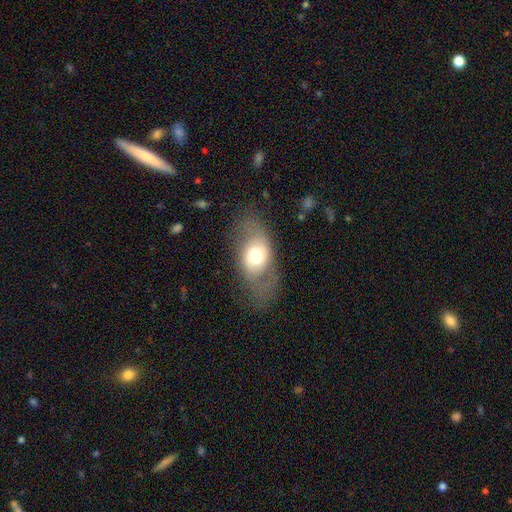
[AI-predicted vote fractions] Q: Smooth or featured?
A: smooth (53%); runner-up: featured or disk (39%)
Q: How rounded?
A: in between (82%); runner-up: round (16%)
Q: Merging?
A: none (61%); runner-up: minor disturbance (22%)